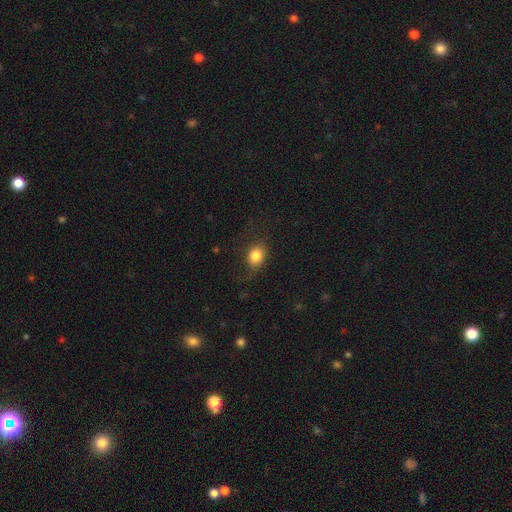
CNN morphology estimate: smooth_or_featured: smooth (p=0.82) [alt: star or artifact p=0.10]
how_rounded: in between (p=0.51) [alt: round p=0.48]
merging: none (p=0.72) [alt: minor disturbance p=0.18]